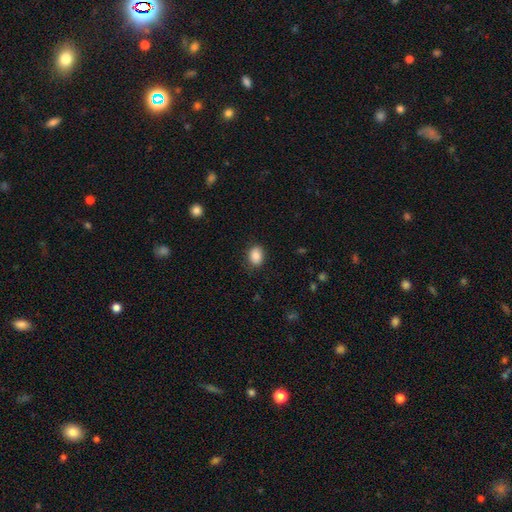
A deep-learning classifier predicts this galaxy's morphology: A smooth galaxy with no disk features (85%) that is in between round and cigar-shaped (59%). Merging: none (84%).